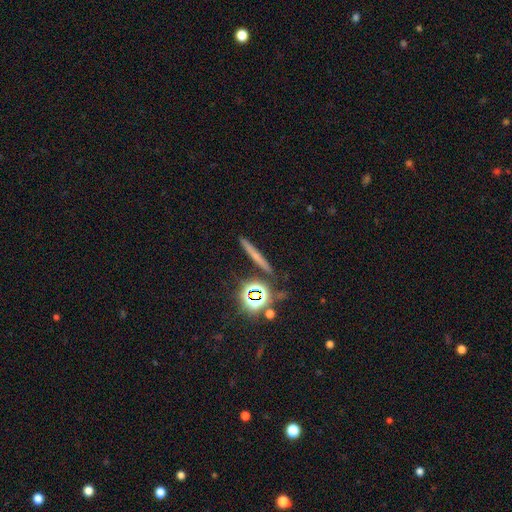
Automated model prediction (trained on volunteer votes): Smooth or featured? Predicted: smooth (p=0.48). Merging? Predicted: none (p=0.87).